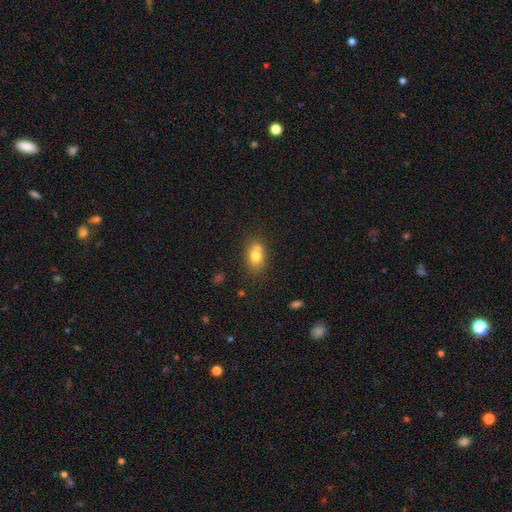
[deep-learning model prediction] Smooth or featured? smooth (75%)
How rounded? in between (71%)
Merging? none (56%)